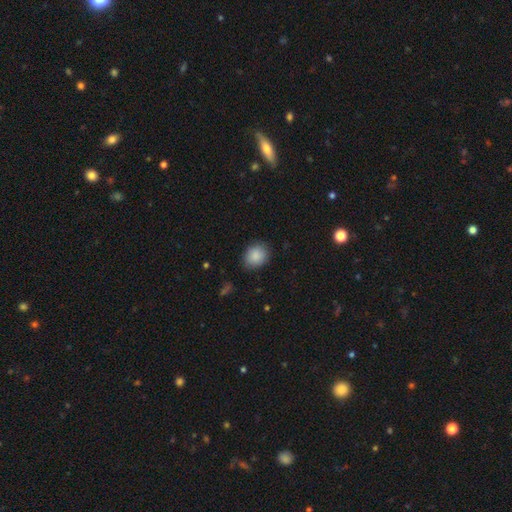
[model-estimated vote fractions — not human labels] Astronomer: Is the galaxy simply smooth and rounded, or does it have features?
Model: smooth — 88%.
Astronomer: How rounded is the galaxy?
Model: round — 60% (runner-up: in between, 39%).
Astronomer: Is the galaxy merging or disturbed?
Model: none — 82%.